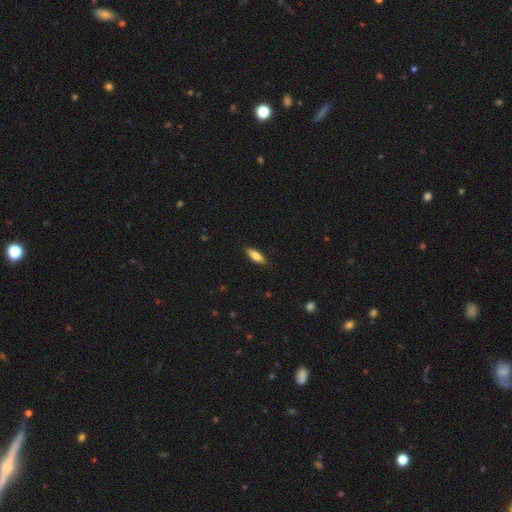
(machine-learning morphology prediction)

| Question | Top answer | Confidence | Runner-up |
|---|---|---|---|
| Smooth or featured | smooth | 71% | featured or disk (23%) |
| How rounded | cigar-shaped | 54% | in between (44%) |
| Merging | none | 87% | minor disturbance (10%) |